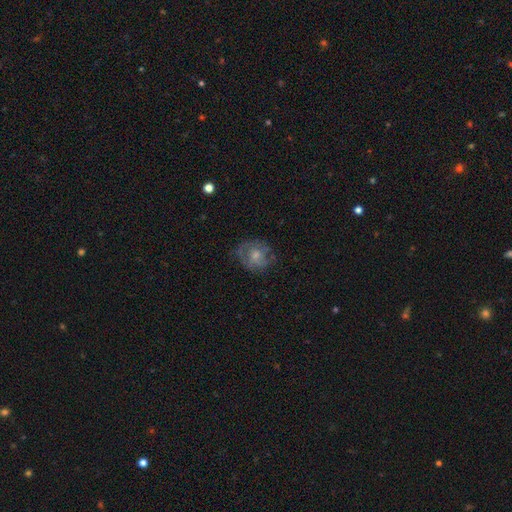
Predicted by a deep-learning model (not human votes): Morphology: type=smooth (51%); roundness=round (76%); merging=none (62%).